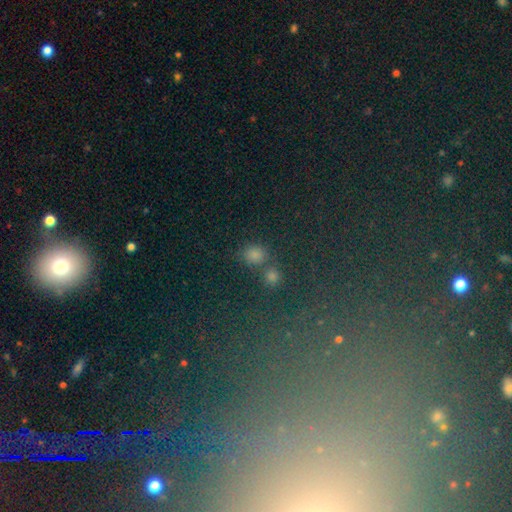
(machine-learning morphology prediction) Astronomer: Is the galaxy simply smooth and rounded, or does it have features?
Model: smooth — 70%.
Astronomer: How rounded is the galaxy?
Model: round — 81%.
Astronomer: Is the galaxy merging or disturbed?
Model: none — 70%.